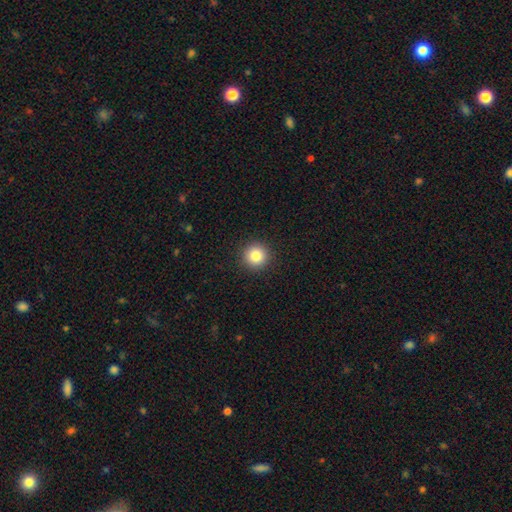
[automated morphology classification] The model was most divided on "smooth or featured": smooth: 84%, star or artifact: 11%, featured or disk: 5%. More confident: how rounded — round (95%); merging — none (93%).